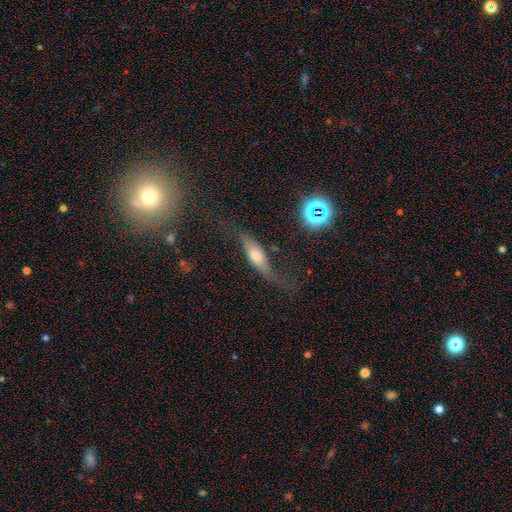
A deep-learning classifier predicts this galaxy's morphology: smooth-or-featured: featured or disk: 56% | smooth: 33% | star or artifact: 11%
  disk-edge-on: no: 56% | yes: 44%
  merging: none: 51% | minor disturbance: 24% | major disturbance: 21% | merger: 4%